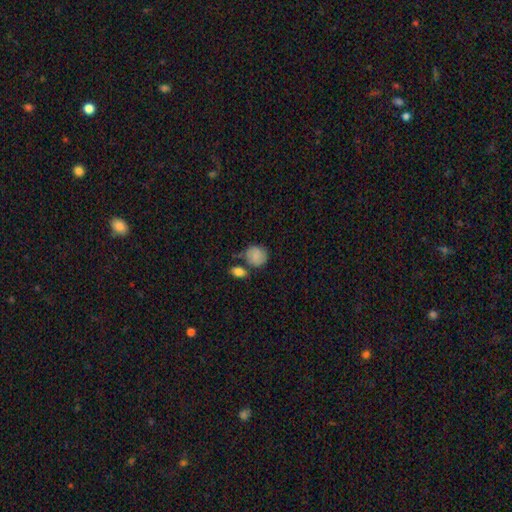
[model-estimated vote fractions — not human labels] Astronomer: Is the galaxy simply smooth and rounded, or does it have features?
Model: smooth — 77%.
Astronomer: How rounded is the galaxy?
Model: round — 76%.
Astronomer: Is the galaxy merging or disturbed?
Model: none — 57%.